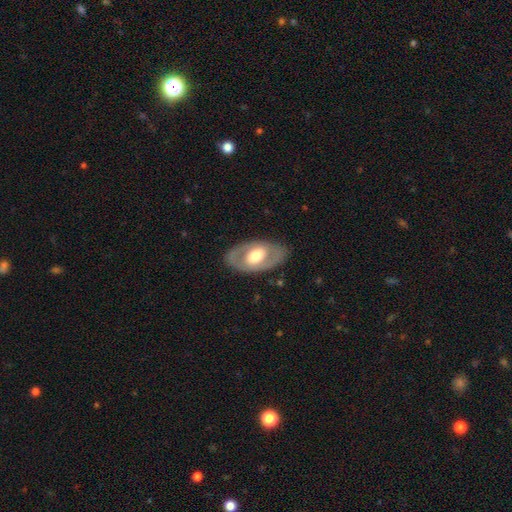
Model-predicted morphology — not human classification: Smooth or featured? Predicted: featured or disk (p=0.59). Edge-on disk? Predicted: no (p=0.90). Bar? Predicted: no (p=0.56). Spiral arms? Predicted: no (p=0.72). Bulge size? Predicted: moderate (p=0.58). Merging? Predicted: none (p=0.82).